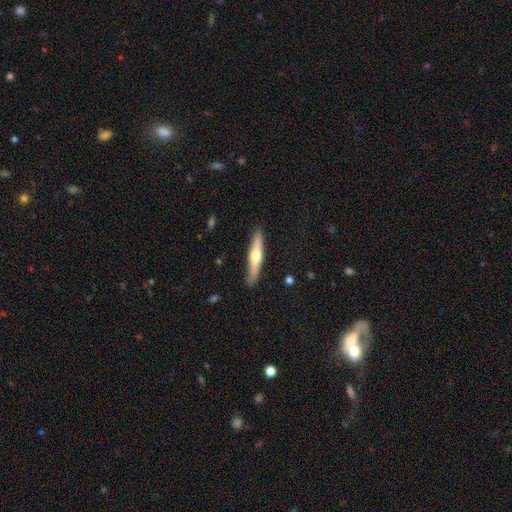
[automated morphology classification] Overall: featured or disk (51%; smooth 44%). Edge-on disk: yes (95%). Merging: none (88%).